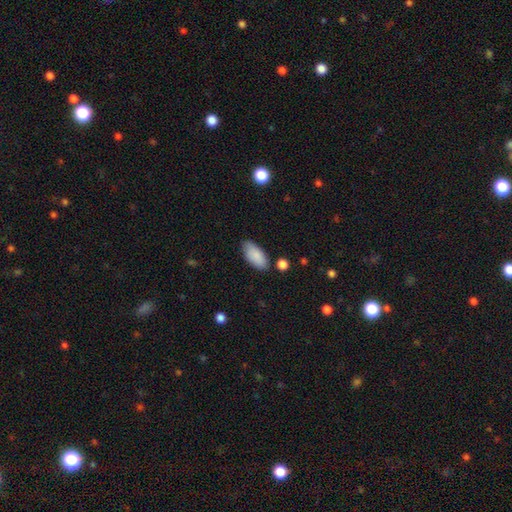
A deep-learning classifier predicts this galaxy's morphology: Overall: smooth (87%). How rounded: in between (91%). Merging: none (79%).